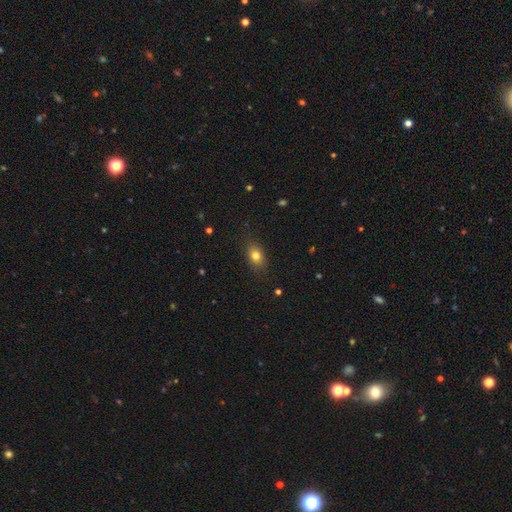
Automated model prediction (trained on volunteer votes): smooth-or-featured: smooth: 78% | star or artifact: 11% | featured or disk: 11%
  how-rounded: in between: 71% | round: 25% | cigar-shaped: 4%
  merging: none: 82% | minor disturbance: 13% | major disturbance: 4% | merger: 1%